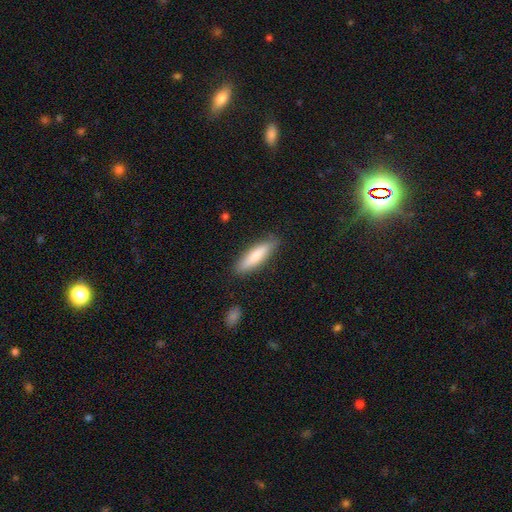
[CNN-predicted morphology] smooth_or_featured: smooth (p=0.76) [alt: featured or disk p=0.19]
how_rounded: cigar-shaped (p=0.69) [alt: in between p=0.29]
merging: none (p=0.84) [alt: minor disturbance p=0.12]